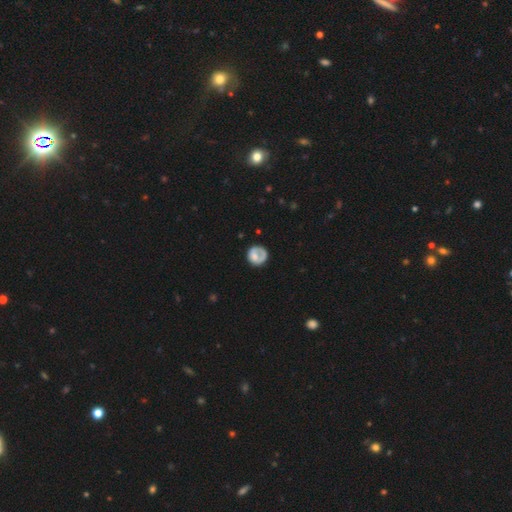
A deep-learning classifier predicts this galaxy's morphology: A smooth galaxy with no disk features (62%) that is round (85%). Merging: none (57%).